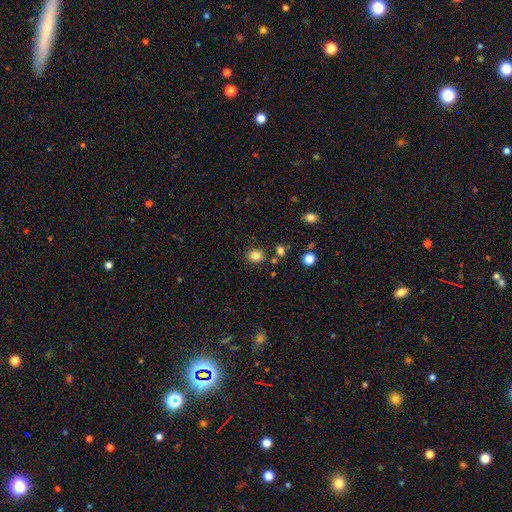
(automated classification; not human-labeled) smooth_or_featured: smooth (p=0.83) [alt: star or artifact p=0.12]
how_rounded: round (p=0.71) [alt: in between p=0.29]
merging: none (p=0.83) [alt: minor disturbance p=0.09]